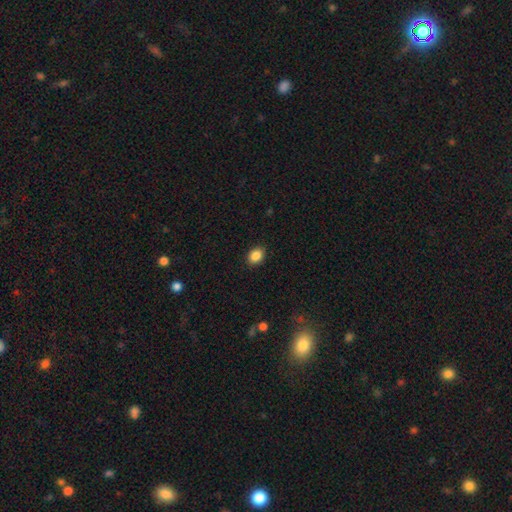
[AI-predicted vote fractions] smooth_or_featured: smooth (p=0.87) [alt: star or artifact p=0.09]
how_rounded: in between (p=0.63) [alt: round p=0.36]
merging: none (p=0.90) [alt: minor disturbance p=0.07]